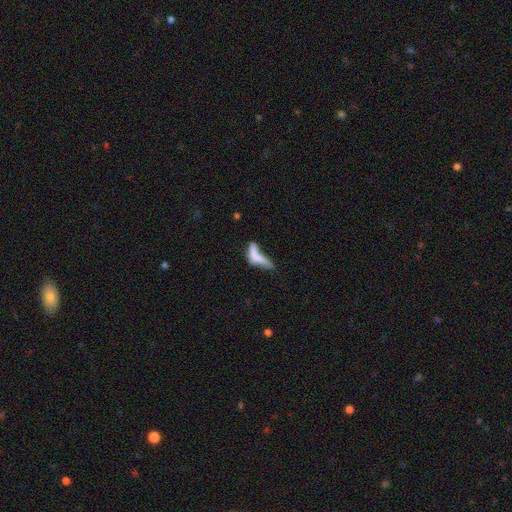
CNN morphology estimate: The model was most divided on "how rounded": in between: 50%, cigar-shaped: 47%, round: 3%. Remaining: smooth or featured — smooth (60%); merging — merger (35%).